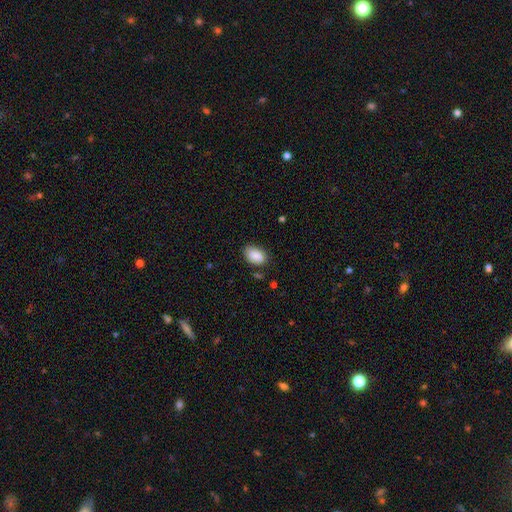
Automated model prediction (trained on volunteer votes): The model was most divided on "merging": none: 75%, minor disturbance: 19%, major disturbance: 4%, merger: 2%. More confident: smooth or featured — smooth (88%); how rounded — in between (88%).